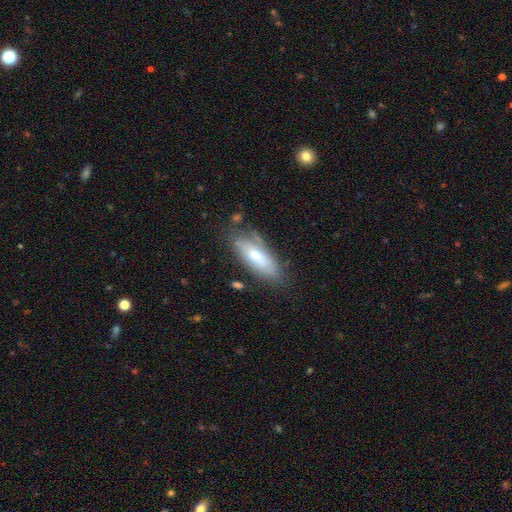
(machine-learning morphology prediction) This is possibly a smooth galaxy (49%). Merging: likely none (74%).